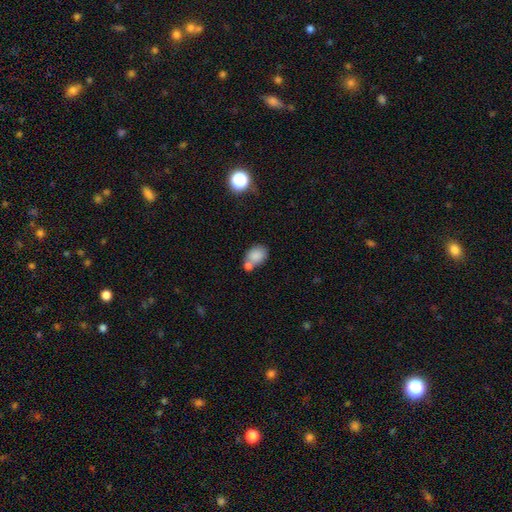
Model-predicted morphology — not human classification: Smooth or featured: smooth — 83% (star or artifact — 9%)
How rounded: in between — 69% (round — 29%)
Merging: none — 43% (merger — 39%)